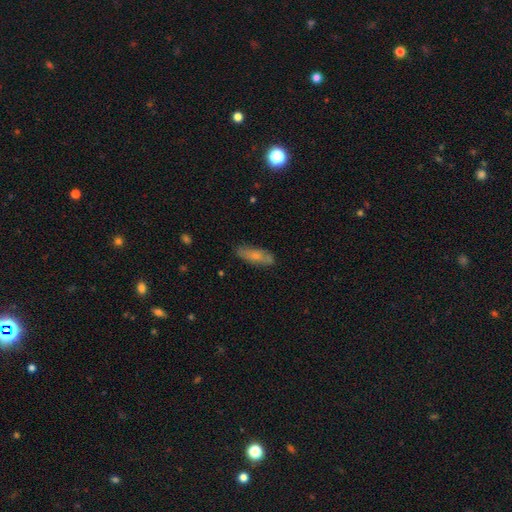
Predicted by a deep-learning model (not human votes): Morphology: type=smooth (65%); roundness=in between (51%); merging=none (77%).